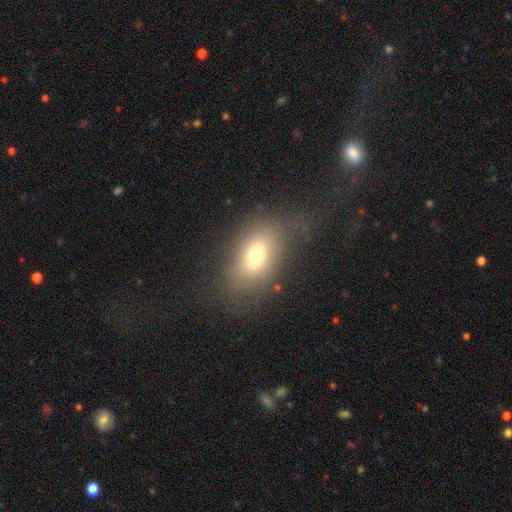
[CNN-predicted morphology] smooth 70%, featured or disk 18%, star or artifact 12%. Down the decision tree: how rounded — in between (83%); merging — none (54%).